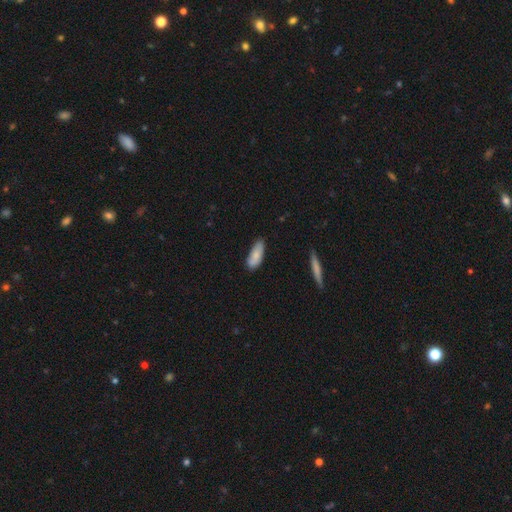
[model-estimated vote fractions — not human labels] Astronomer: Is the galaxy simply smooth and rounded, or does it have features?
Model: smooth — 79%.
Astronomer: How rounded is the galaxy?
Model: in between — 74%.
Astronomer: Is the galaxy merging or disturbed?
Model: none — 72%.